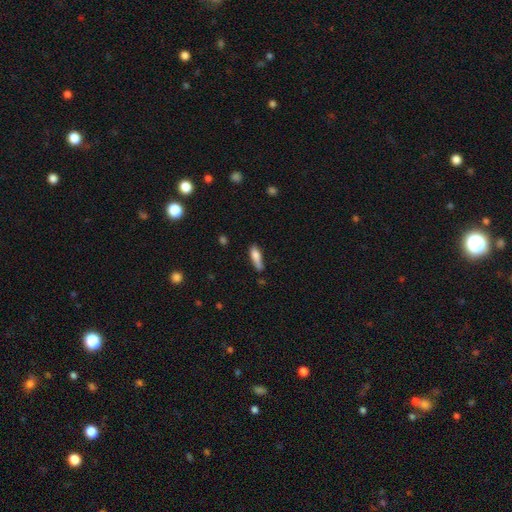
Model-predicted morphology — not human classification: A smooth galaxy with no disk features (78%) that is cigar-shaped (55%).

Vote fractions:
- Smooth or featured? smooth: 78% / featured or disk: 15% / star or artifact: 7%
- How rounded? cigar-shaped: 55% / in between: 43% / round: 2%
- Merging? none: 50% / minor disturbance: 34% / major disturbance: 10% / merger: 5%